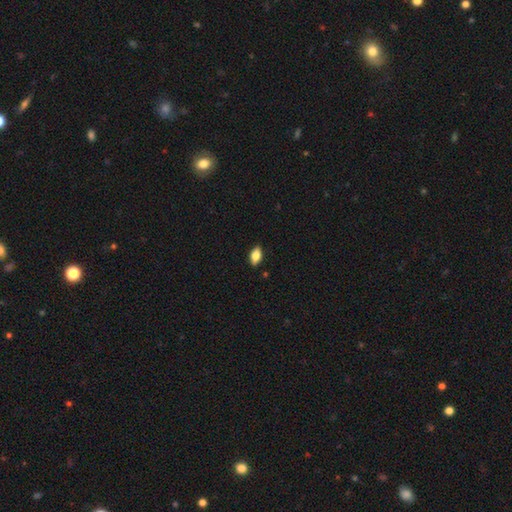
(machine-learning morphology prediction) smooth_or_featured: smooth (p=0.75) [alt: featured or disk p=0.17]
how_rounded: in between (p=0.89) [alt: cigar-shaped p=0.07]
merging: none (p=0.88) [alt: minor disturbance p=0.09]